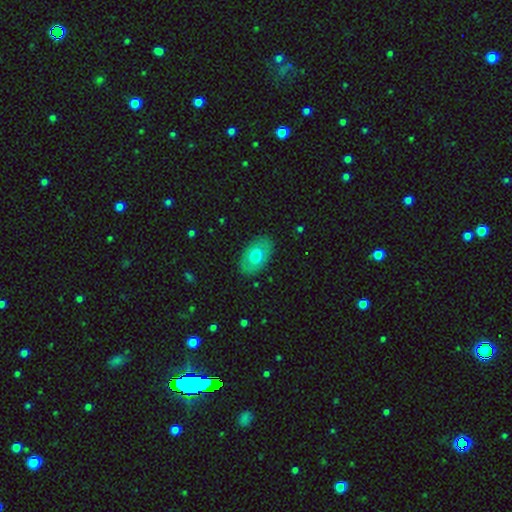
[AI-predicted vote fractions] Q: Smooth or featured?
A: smooth (65%); runner-up: featured or disk (28%)
Q: How rounded?
A: in between (87%); runner-up: round (11%)
Q: Merging?
A: none (85%); runner-up: minor disturbance (11%)